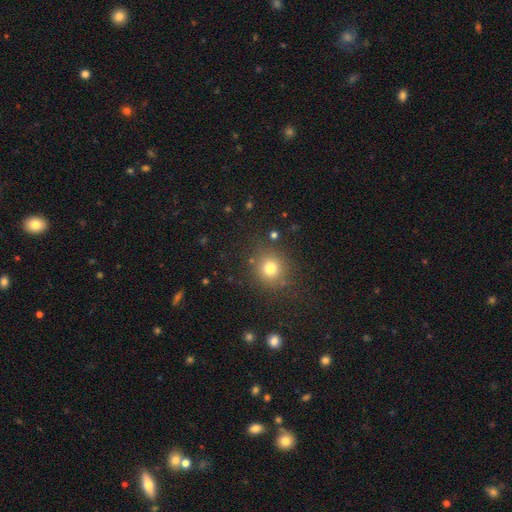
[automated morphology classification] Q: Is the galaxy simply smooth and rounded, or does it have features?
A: smooth — 63%.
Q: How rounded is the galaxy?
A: round — 89%.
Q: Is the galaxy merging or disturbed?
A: none — 89%.